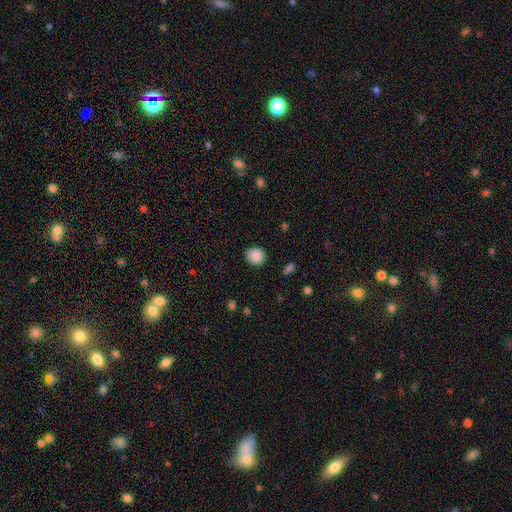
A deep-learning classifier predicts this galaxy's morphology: smooth-or-featured: smooth: 87% | star or artifact: 8% | featured or disk: 5%
  how-rounded: round: 78% | in between: 21% | cigar-shaped: 1%
  merging: none: 84% | minor disturbance: 12% | major disturbance: 3% | merger: 1%